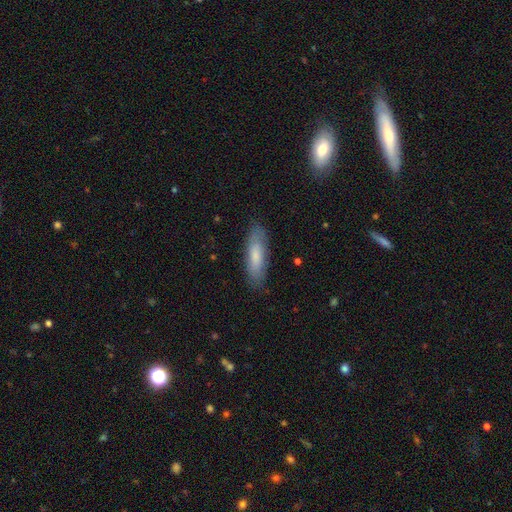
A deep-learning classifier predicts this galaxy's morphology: A smooth galaxy with no disk features (72%) that is cigar-shaped (51%). Merging: none (82%).